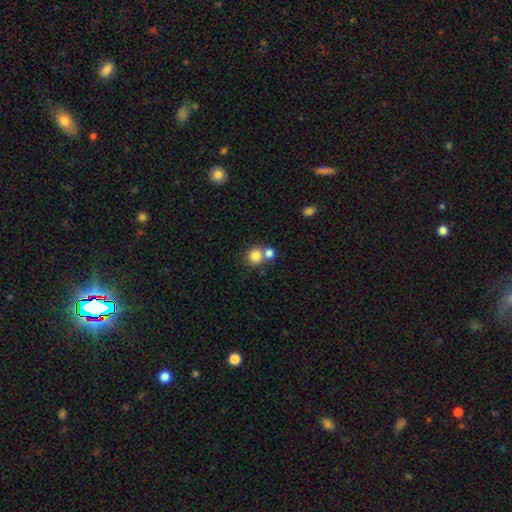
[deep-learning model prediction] A smooth galaxy with no disk features (82%) that is round (89%). Merging: none (51%).